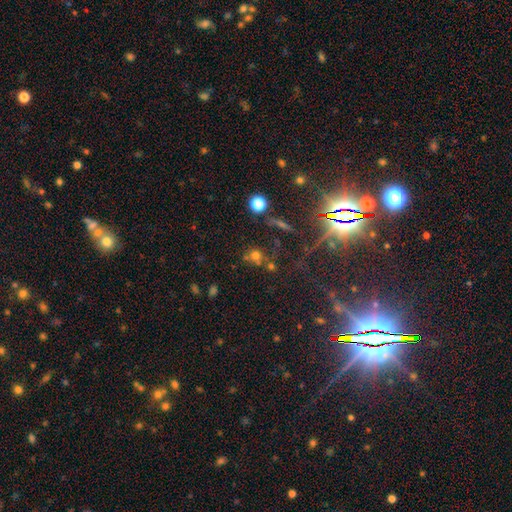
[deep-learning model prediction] This is possibly a smooth galaxy (54%). How rounded: clearly round (84%). Merging: possibly none (58%).